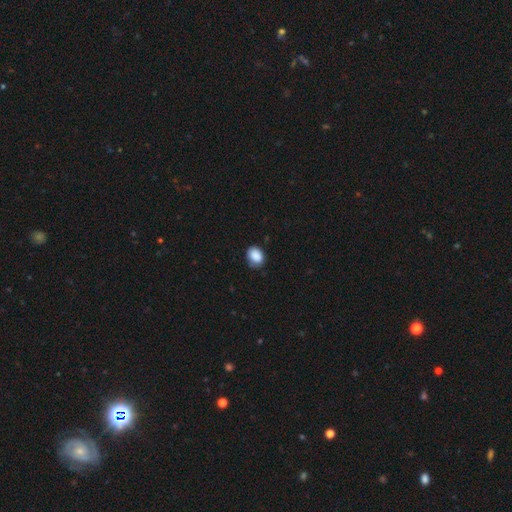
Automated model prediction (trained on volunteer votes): The model was most divided on "how rounded": in between: 52%, round: 47%, cigar-shaped: 1%. More confident: smooth or featured — smooth (88%); merging — none (74%).